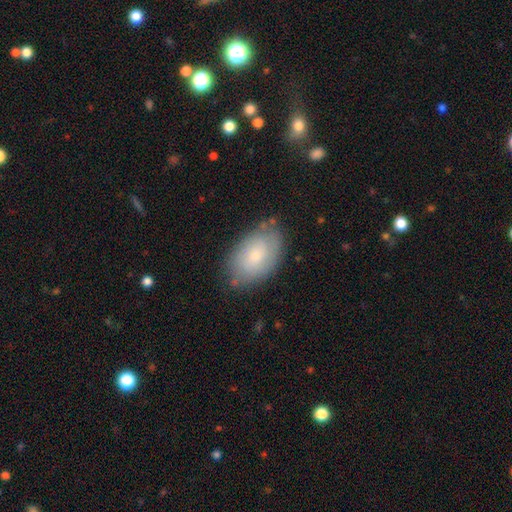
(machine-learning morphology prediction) type=smooth (67%); roundness=in between (91%); merging=none (74%).